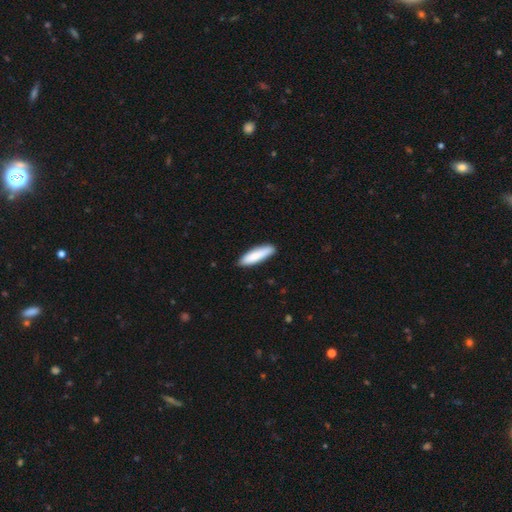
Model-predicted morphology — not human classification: Smooth or featured: smooth — 83% (featured or disk — 11%)
How rounded: cigar-shaped — 65% (in between — 34%)
Merging: none — 85% (minor disturbance — 12%)